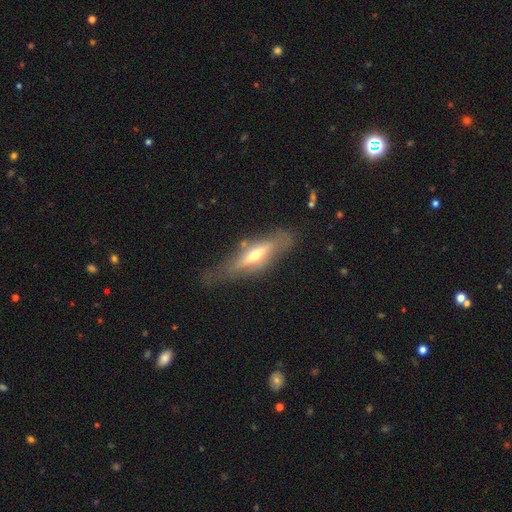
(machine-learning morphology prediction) A featured or disk galaxy (63%) viewed edge-on (83%) with a rounded central bulge (87%). Merging: none (65%).